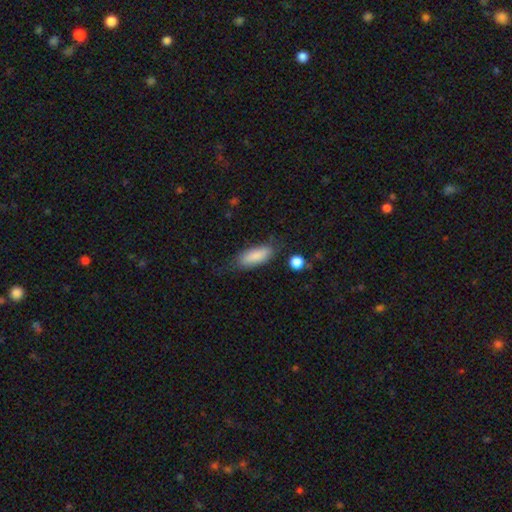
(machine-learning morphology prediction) type=smooth (85%); roundness=in between (73%); merging=none (73%).